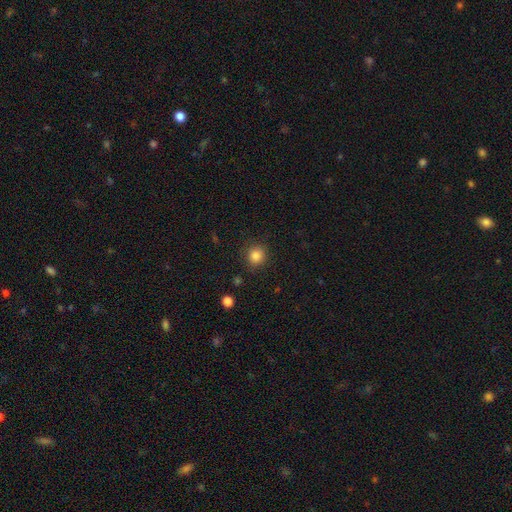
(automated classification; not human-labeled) Smooth or featured? smooth (84%)
How rounded? round (91%)
Merging? none (88%)